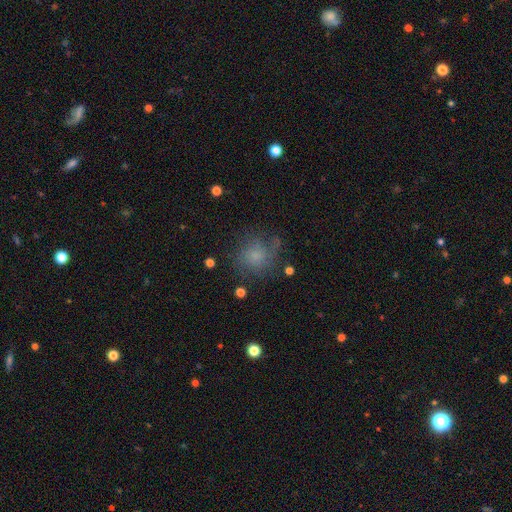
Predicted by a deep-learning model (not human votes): Q: Smooth or featured?
A: smooth (62%); runner-up: featured or disk (23%)
Q: How rounded?
A: round (81%); runner-up: in between (18%)
Q: Merging?
A: none (59%); runner-up: minor disturbance (21%)